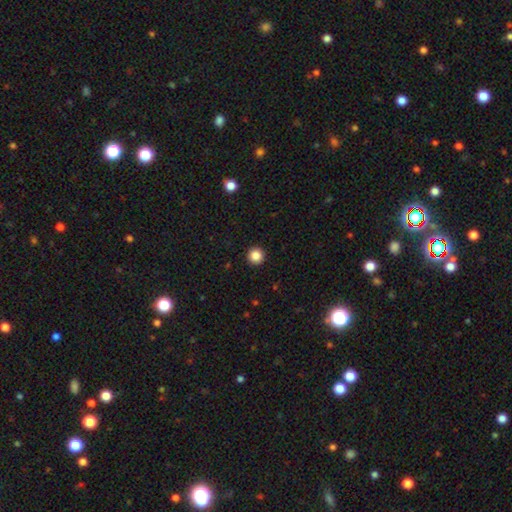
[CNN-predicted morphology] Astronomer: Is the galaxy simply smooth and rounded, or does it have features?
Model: smooth — 86%.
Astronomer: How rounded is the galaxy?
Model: round — 96%.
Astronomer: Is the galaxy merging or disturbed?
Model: none — 94%.